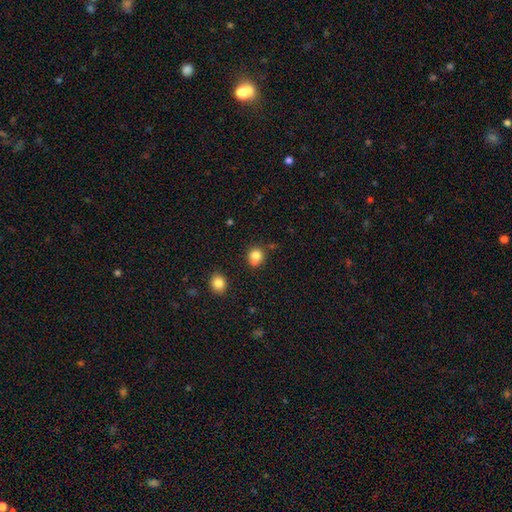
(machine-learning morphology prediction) Smooth or featured: smooth — 82% (star or artifact — 11%)
How rounded: round — 78% (in between — 21%)
Merging: none — 68% (minor disturbance — 21%)